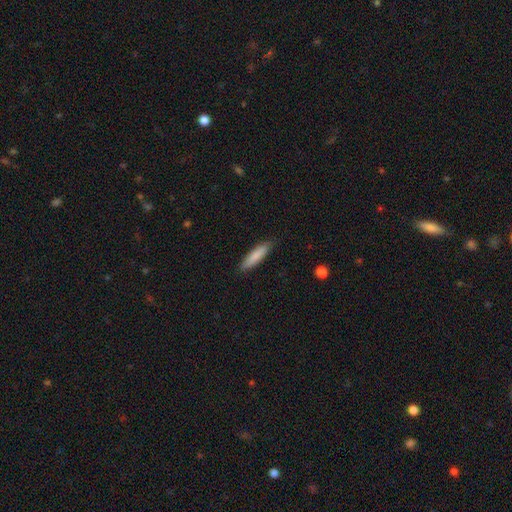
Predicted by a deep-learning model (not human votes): A smooth galaxy with no disk features (83%) that is cigar-shaped (75%). Merging: none (87%).